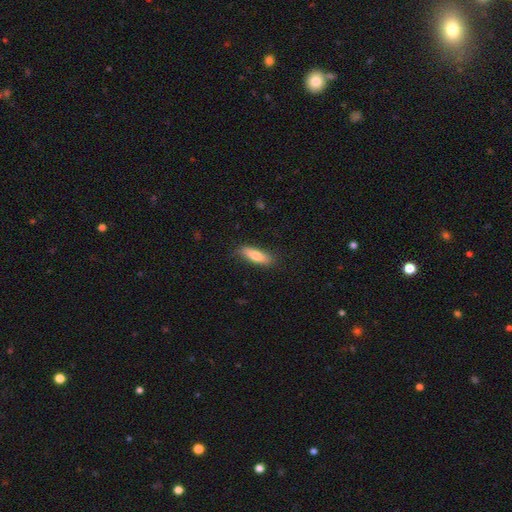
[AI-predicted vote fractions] smooth-or-featured: smooth: 74% | featured or disk: 20% | star or artifact: 6%
  how-rounded: cigar-shaped: 50% | in between: 48% | round: 2%
  merging: none: 83% | minor disturbance: 13% | major disturbance: 3% | merger: 1%